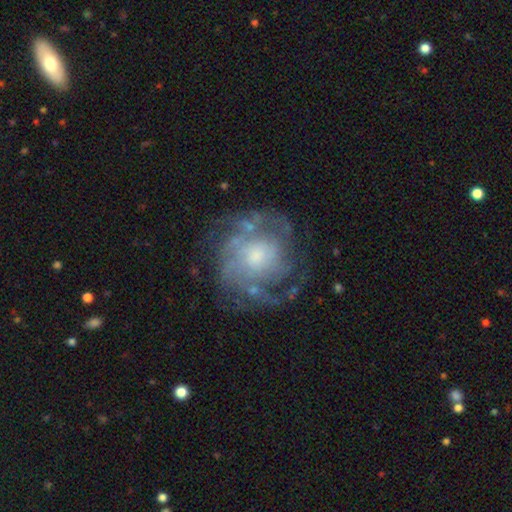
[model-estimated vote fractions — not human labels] smooth_or_featured: featured or disk (p=0.82) [alt: smooth p=0.11]
disk_edge_on: no (p=0.98) [alt: yes p=0.02]
bar: no (p=0.72) [alt: weak p=0.24]
has_spiral_arms: yes (p=0.89) [alt: no p=0.11]
spiral_winding: tight (p=0.51) [alt: medium p=0.36]
spiral_arm_count: can't tell (p=0.37) [alt: 2 p=0.18]
bulge_size: small (p=0.51) [alt: moderate p=0.36]
merging: none (p=0.65) [alt: minor disturbance p=0.17]